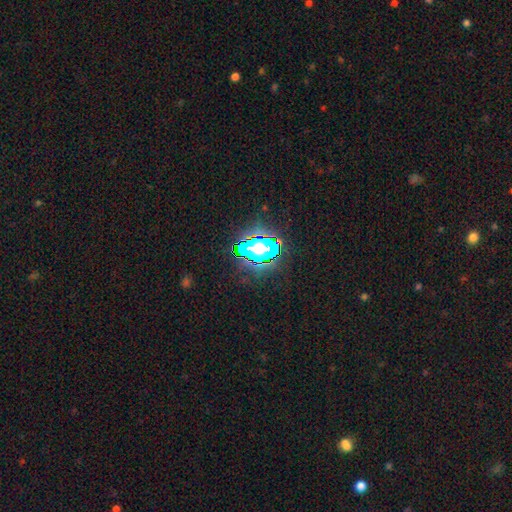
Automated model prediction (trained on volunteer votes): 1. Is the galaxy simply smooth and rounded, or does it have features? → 78% star or artifact, 14% smooth, 8% featured or disk.